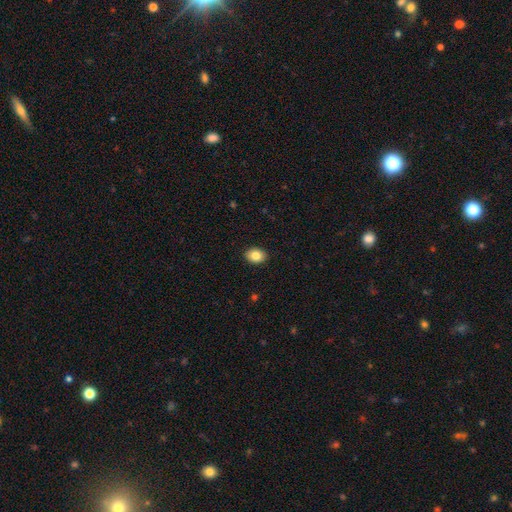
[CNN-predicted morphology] This is clearly a smooth galaxy (83%). How rounded: likely in between (66%). Merging: clearly none (91%).